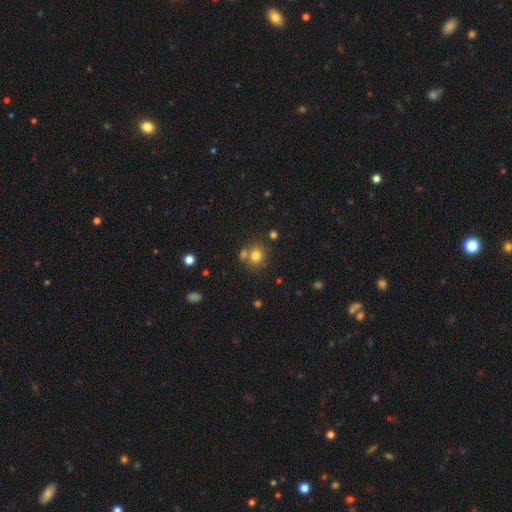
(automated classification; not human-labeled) Smooth or featured? Predicted: smooth (p=0.79). How rounded? Predicted: round (p=0.78). Merging? Predicted: none (p=0.63).